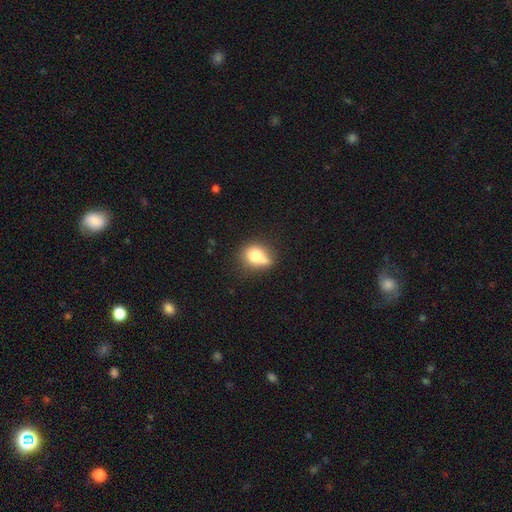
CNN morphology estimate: Smooth or featured? smooth (72%)
How rounded? round (56%)
Merging? none (44%)